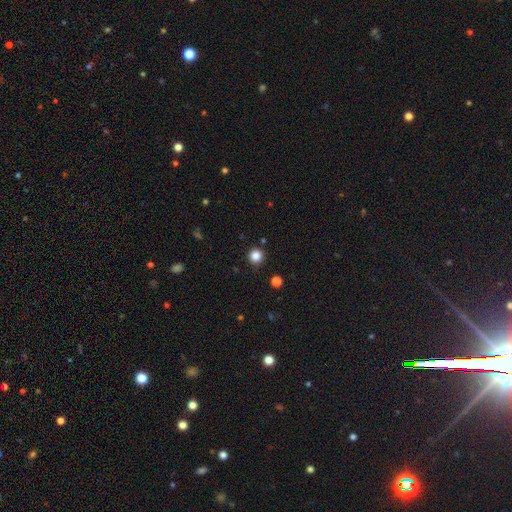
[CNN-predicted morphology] Smooth or featured? Predicted: smooth (p=0.84). How rounded? Predicted: round (p=0.95). Merging? Predicted: none (p=0.90).